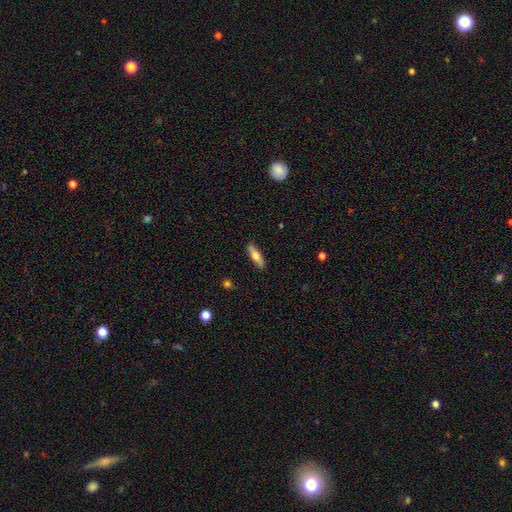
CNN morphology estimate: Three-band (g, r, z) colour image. It shows a smooth galaxy with no disk features (58%) that is cigar-shaped (64%). Merging: none (88%).